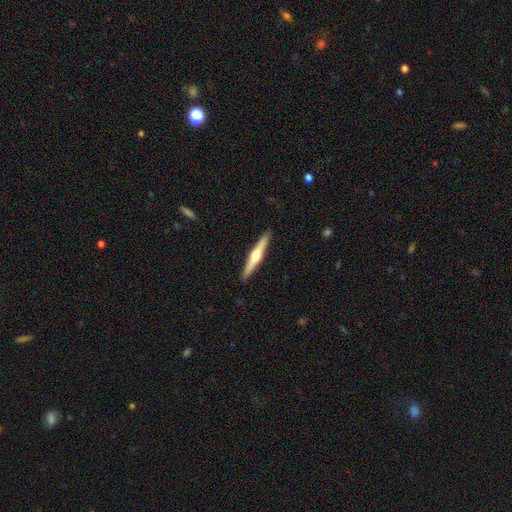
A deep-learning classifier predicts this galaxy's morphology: A featured or disk galaxy (68%) viewed edge-on (98%) with a rounded central bulge (93%). Merging: none (92%).